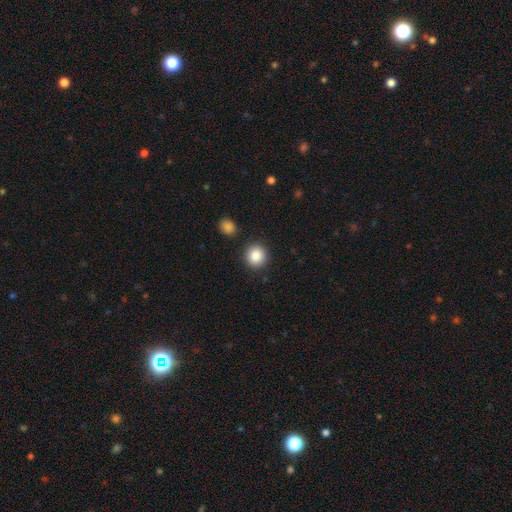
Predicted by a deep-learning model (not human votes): This appears to be a smooth galaxy with no disk features (87%) that is round (93%). Merging: none (88%).